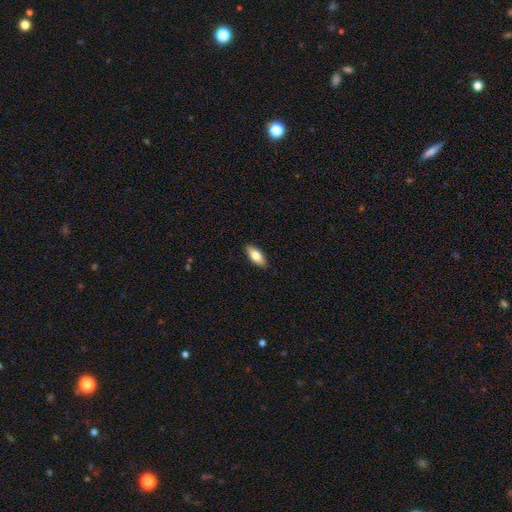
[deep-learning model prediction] Q: Smooth or featured?
A: smooth (78%); runner-up: featured or disk (16%)
Q: How rounded?
A: in between (84%); runner-up: cigar-shaped (14%)
Q: Merging?
A: none (90%); runner-up: minor disturbance (8%)